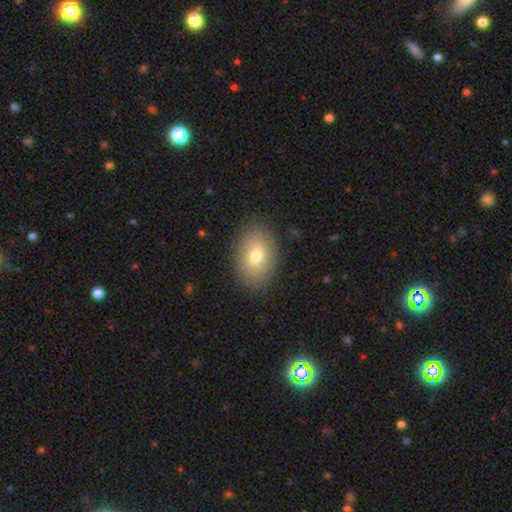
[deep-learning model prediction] Overall: smooth (73%). How rounded: in between (84%). Merging: none (86%).